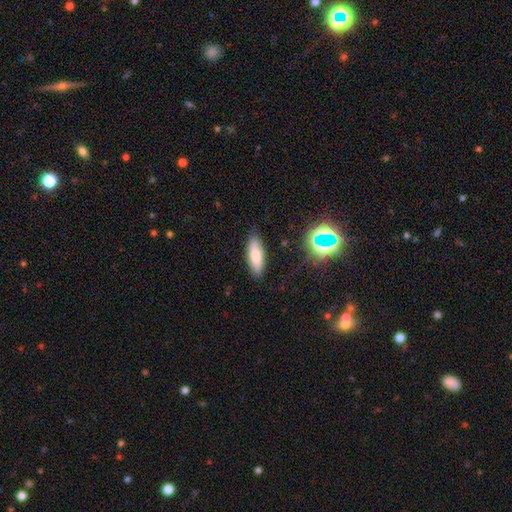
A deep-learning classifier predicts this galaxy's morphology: Smooth or featured?
  - smooth: 78% *
  - featured or disk: 13%
  - star or artifact: 9%
How rounded?
  - in between: 59% *
  - cigar-shaped: 39%
  - round: 2%
Merging?
  - none: 84% *
  - minor disturbance: 12%
  - major disturbance: 3%
  - merger: 2%